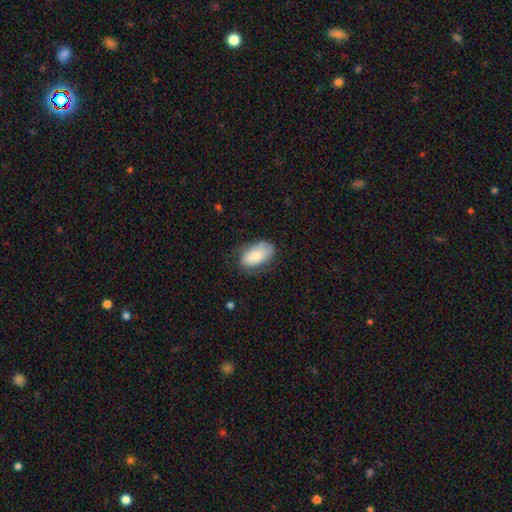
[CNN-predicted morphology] Smooth or featured? Predicted: smooth (p=0.77). How rounded? Predicted: in between (p=0.94). Merging? Predicted: none (p=0.62).